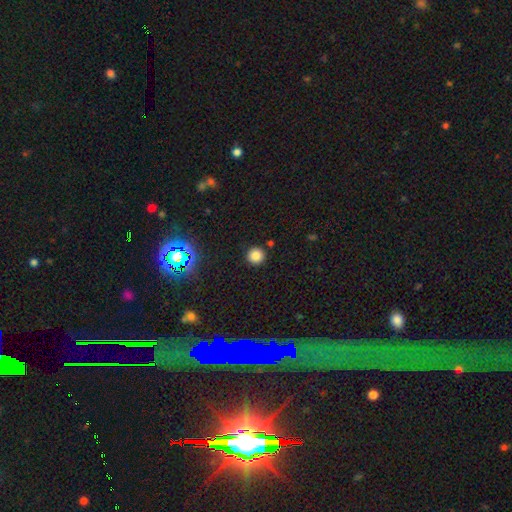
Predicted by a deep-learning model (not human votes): smooth 81%, star or artifact 15%, featured or disk 5%. Down the decision tree: how rounded — round (95%); merging — none (90%).